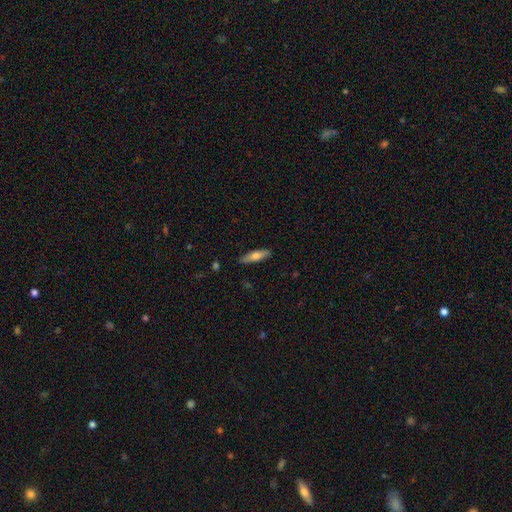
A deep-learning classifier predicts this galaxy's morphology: Smooth or featured?
  - smooth: 66% *
  - featured or disk: 28%
  - star or artifact: 6%
How rounded?
  - cigar-shaped: 67% *
  - in between: 32%
  - round: 2%
Merging?
  - none: 88% *
  - minor disturbance: 9%
  - major disturbance: 2%
  - merger: 1%